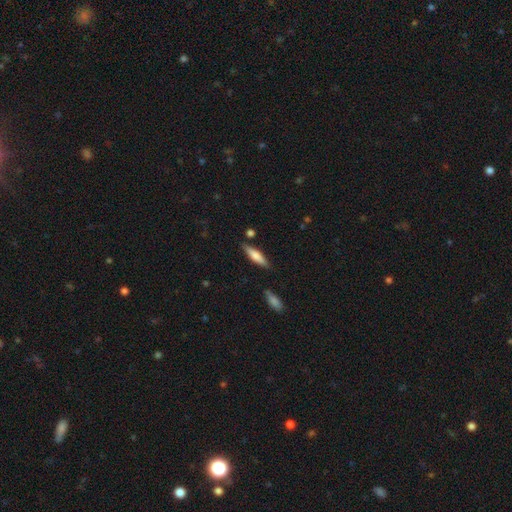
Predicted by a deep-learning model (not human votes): Smooth or featured?
  - smooth: 63% *
  - featured or disk: 31%
  - star or artifact: 6%
How rounded?
  - cigar-shaped: 69% *
  - in between: 29%
  - round: 2%
Merging?
  - none: 82% *
  - minor disturbance: 12%
  - merger: 4%
  - major disturbance: 2%